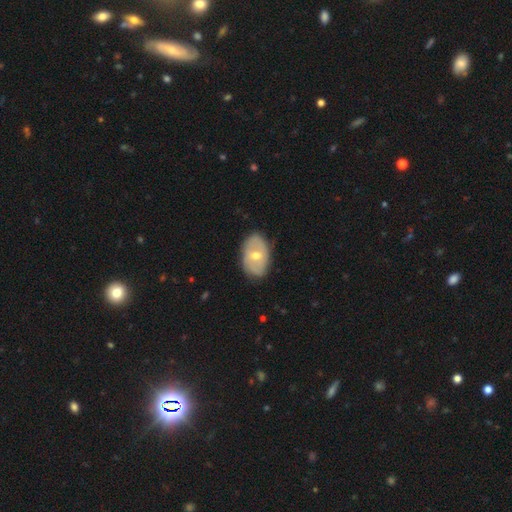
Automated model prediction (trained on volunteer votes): A featured or disk galaxy (49%).

Vote fractions:
- Smooth or featured? featured or disk: 49% / smooth: 44% / star or artifact: 7%
- Merging? none: 83% / minor disturbance: 13% / major disturbance: 3% / merger: 1%